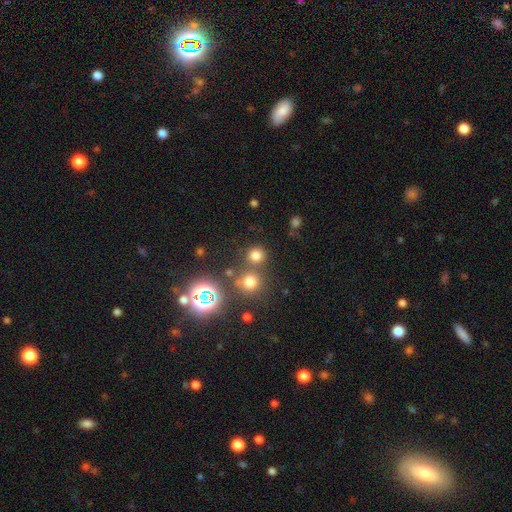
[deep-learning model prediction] Smooth or featured? Predicted: smooth (p=0.71). How rounded? Predicted: round (p=0.91). Merging? Predicted: none (p=0.74).